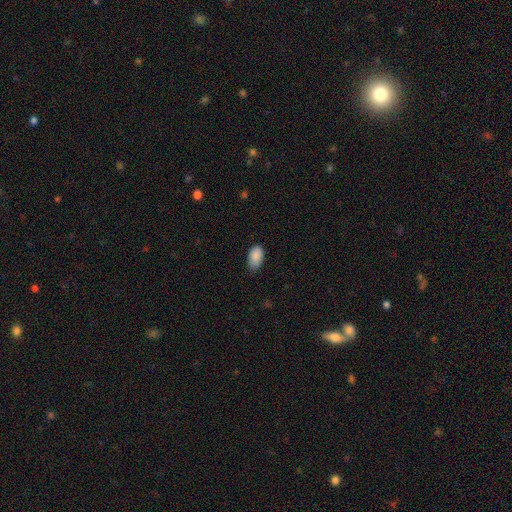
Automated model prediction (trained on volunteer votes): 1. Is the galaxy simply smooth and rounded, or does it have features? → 88% smooth, 7% star or artifact, 4% featured or disk.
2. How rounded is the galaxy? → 94% in between, 5% round, 2% cigar-shaped.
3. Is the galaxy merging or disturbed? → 66% none, 29% minor disturbance, 4% major disturbance, 1% merger.